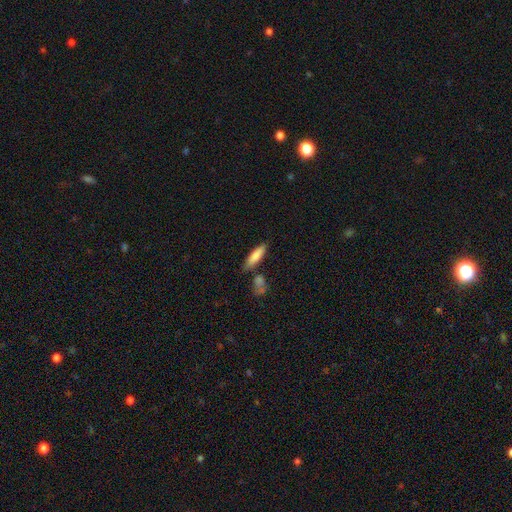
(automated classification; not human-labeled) Smooth or featured? Predicted: smooth (p=0.82). How rounded? Predicted: cigar-shaped (p=0.57). Merging? Predicted: none (p=0.73).